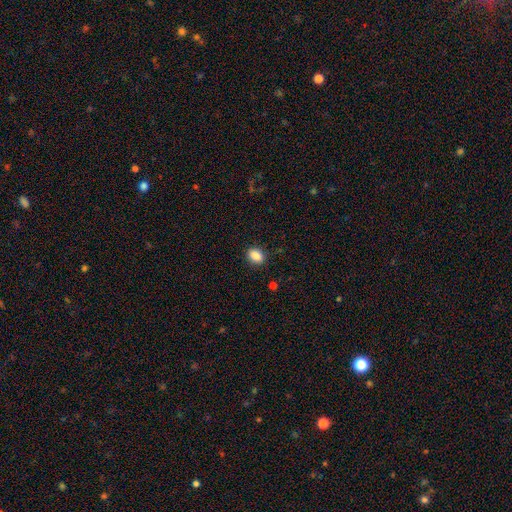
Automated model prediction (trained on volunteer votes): This appears to be a smooth galaxy with no disk features (87%) that is in between round and cigar-shaped (70%). Merging: none (88%).